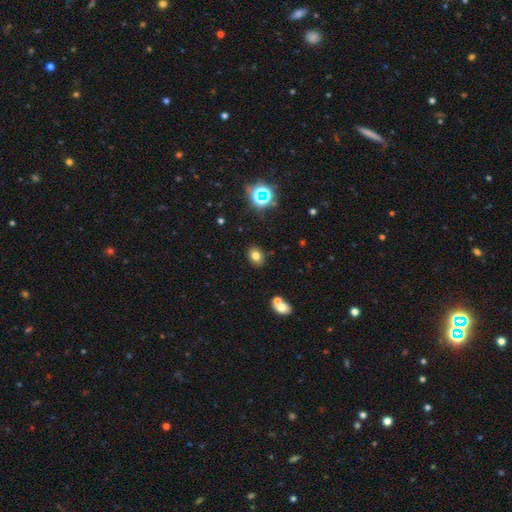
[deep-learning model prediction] This appears to be a smooth galaxy with no disk features (75%) that is in between round and cigar-shaped (57%). Merging: none (84%).